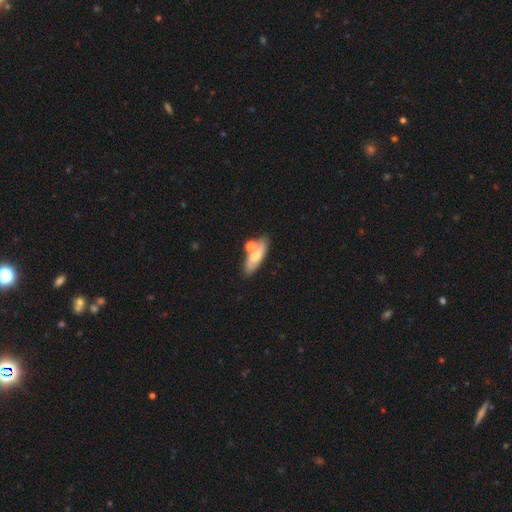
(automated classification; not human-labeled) Overall: smooth (49%; featured or disk 42%). Merging: none (55%; merger 24%).